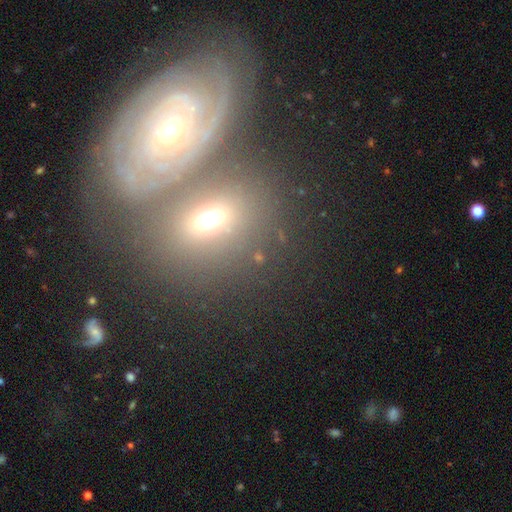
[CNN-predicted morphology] A featured or disk galaxy (57%) with no bar (59%), spiral arms (82%) and a small central bulge (52%). Merging: none (58%).